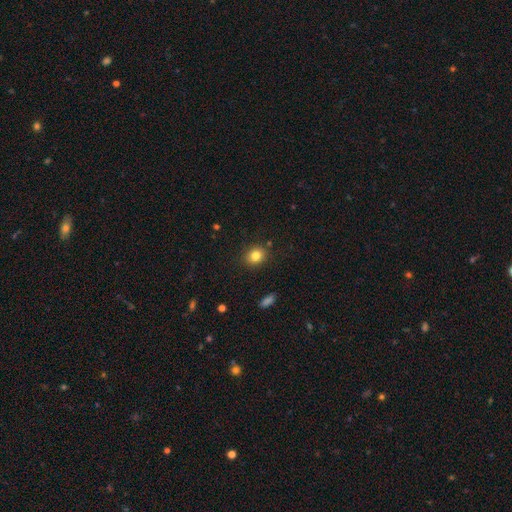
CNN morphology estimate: smooth-or-featured: smooth: 82% | star or artifact: 11% | featured or disk: 7%
  how-rounded: round: 65% | in between: 34% | cigar-shaped: 1%
  merging: none: 87% | minor disturbance: 9% | major disturbance: 3% | merger: 2%